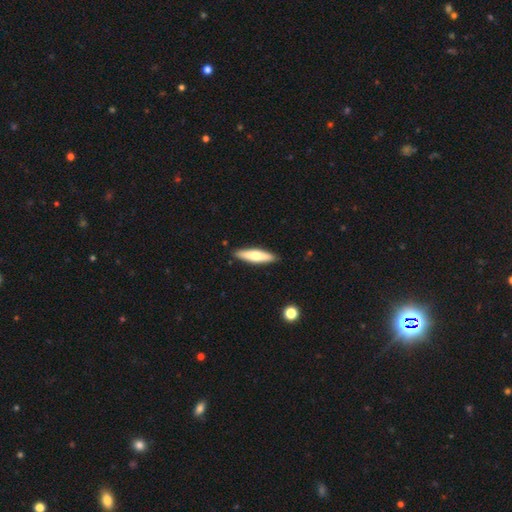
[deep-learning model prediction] A smooth galaxy with no disk features (61%) that is cigar-shaped (73%).

Vote fractions:
- Smooth or featured? smooth: 61% / featured or disk: 34% / star or artifact: 5%
- How rounded? cigar-shaped: 73% / in between: 26% / round: 2%
- Merging? none: 89% / minor disturbance: 8% / major disturbance: 2% / merger: 1%